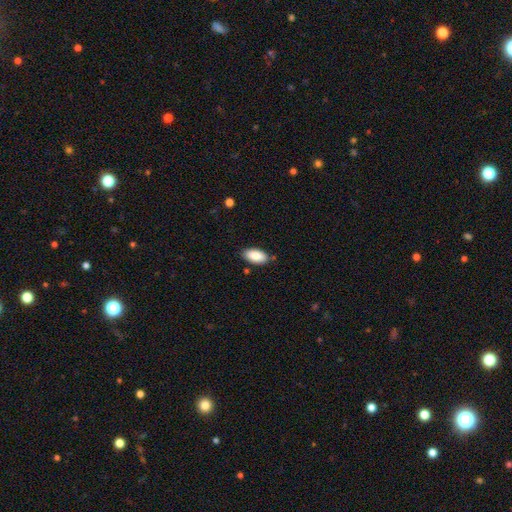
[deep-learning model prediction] Q: Smooth or featured?
A: smooth (86%); runner-up: featured or disk (7%)
Q: How rounded?
A: in between (94%); runner-up: cigar-shaped (4%)
Q: Merging?
A: none (83%); runner-up: minor disturbance (12%)